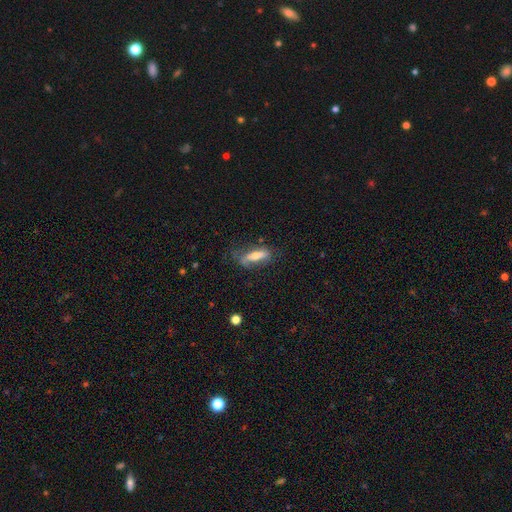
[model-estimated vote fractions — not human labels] This is possibly a featured or disk galaxy (46%, tied with smooth). Merging: possibly none (56%).